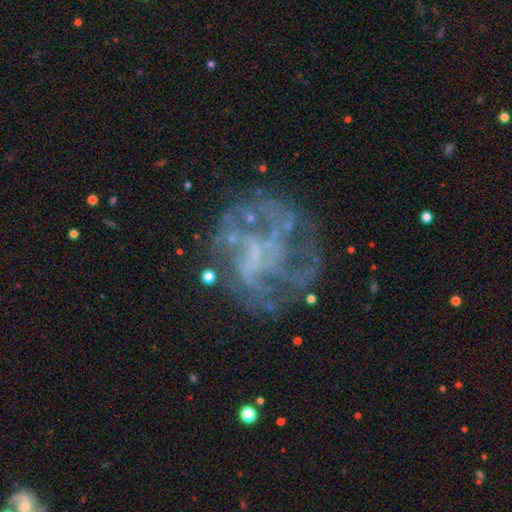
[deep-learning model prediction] Overall: featured or disk (78%). Edge-on disk: no (98%). Bar: no (58%; weak 31%). Spiral arms: yes (68%; no 32%). Spiral arm count: can't tell (39%; 3 20%). Spiral winding: medium (38%; tight 31%). Bulge size: none (69%). Merging: none (56%; major disturbance 24%).